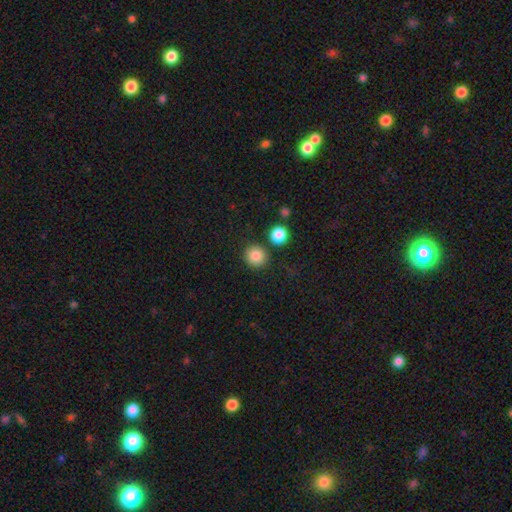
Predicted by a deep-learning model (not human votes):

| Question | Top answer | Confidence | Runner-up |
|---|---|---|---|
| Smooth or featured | smooth | 84% | star or artifact (11%) |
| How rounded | round | 92% | in between (7%) |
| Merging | none | 86% | minor disturbance (7%) |